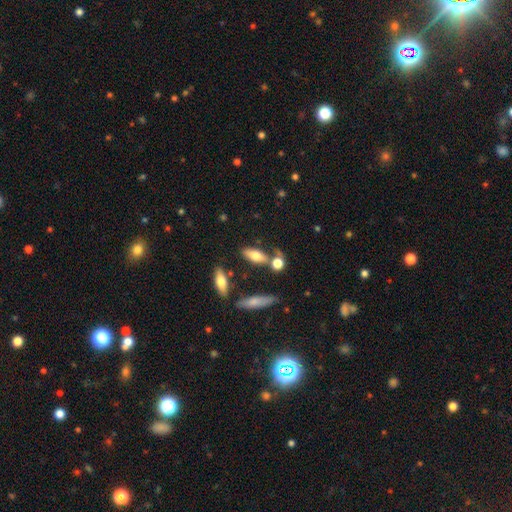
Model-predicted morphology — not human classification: Smooth or featured?
  - smooth: 69% *
  - featured or disk: 22%
  - star or artifact: 8%
How rounded?
  - in between: 71% *
  - cigar-shaped: 23%
  - round: 5%
Merging?
  - none: 54% *
  - merger: 22%
  - minor disturbance: 17%
  - major disturbance: 7%